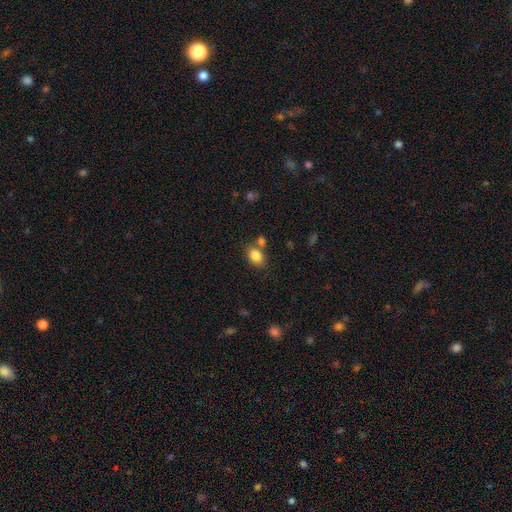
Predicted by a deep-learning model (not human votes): smooth-or-featured: smooth: 85% | star or artifact: 9% | featured or disk: 6%
  how-rounded: in between: 75% | round: 24% | cigar-shaped: 1%
  merging: none: 66% | merger: 18% | minor disturbance: 12% | major disturbance: 4%